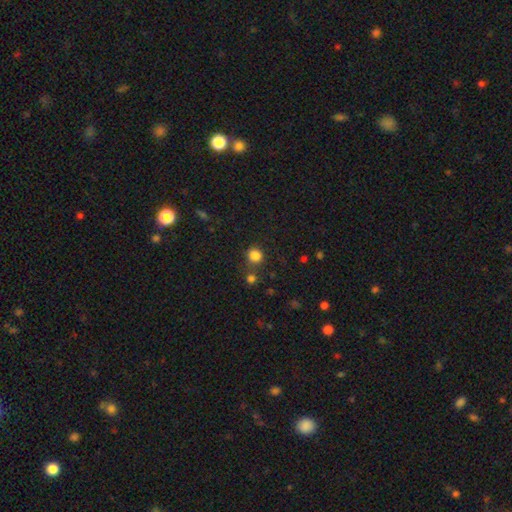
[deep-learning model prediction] Morphology: type=smooth (83%); roundness=round (85%); merging=none (74%).